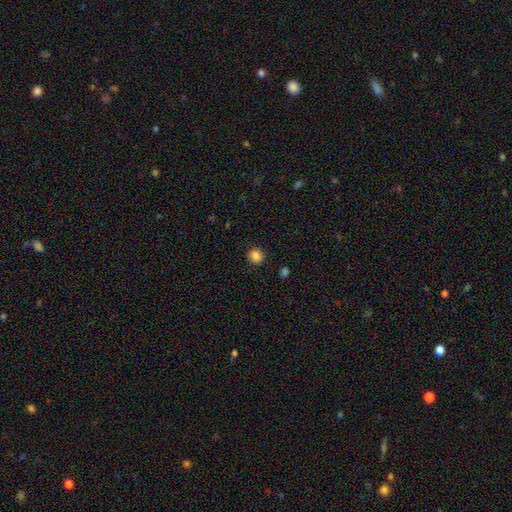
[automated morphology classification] smooth-or-featured: smooth: 84% | star or artifact: 11% | featured or disk: 5%
  how-rounded: round: 82% | in between: 17% | cigar-shaped: 1%
  merging: none: 90% | minor disturbance: 7% | major disturbance: 2% | merger: 1%